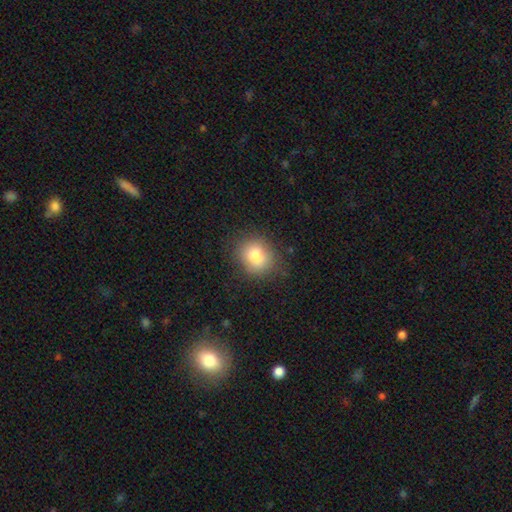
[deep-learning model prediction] A smooth galaxy with no disk features (80%) that is round (70%).

Vote fractions:
- Smooth or featured? smooth: 80% / star or artifact: 10% / featured or disk: 9%
- How rounded? round: 70% / in between: 29% / cigar-shaped: 1%
- Merging? none: 81% / minor disturbance: 13% / major disturbance: 4% / merger: 1%